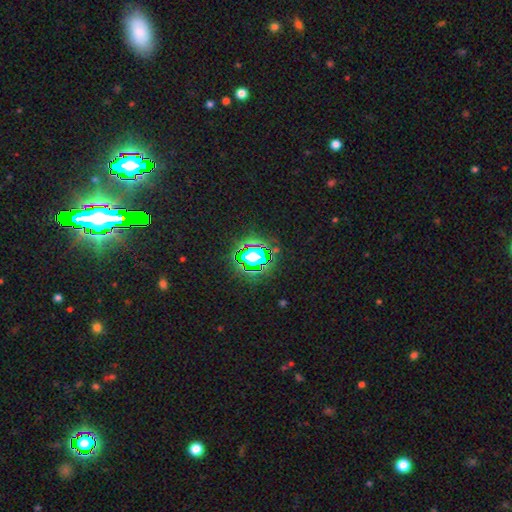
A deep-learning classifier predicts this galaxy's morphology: Smooth or featured? star or artifact (78%)